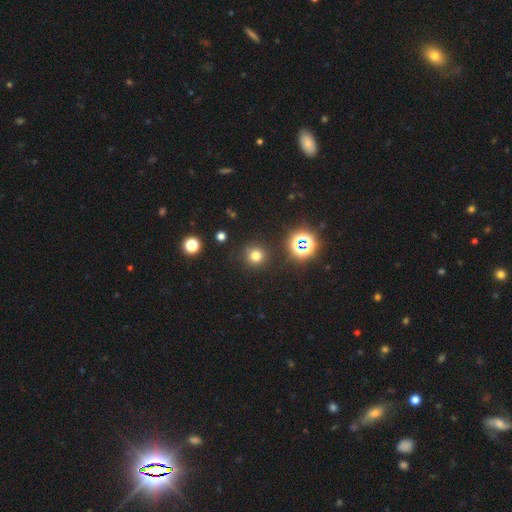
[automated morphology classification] Q: Smooth or featured?
A: smooth (71%); runner-up: star or artifact (22%)
Q: How rounded?
A: round (93%); runner-up: in between (6%)
Q: Merging?
A: none (88%); runner-up: minor disturbance (7%)